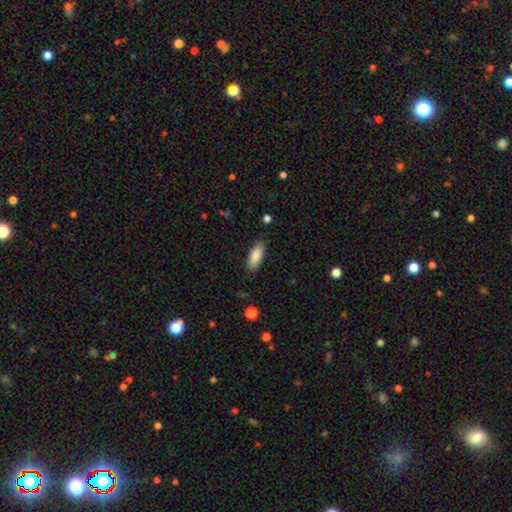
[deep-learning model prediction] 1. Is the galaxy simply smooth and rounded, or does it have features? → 86% smooth, 8% featured or disk, 6% star or artifact.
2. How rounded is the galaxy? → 73% in between, 25% cigar-shaped, 2% round.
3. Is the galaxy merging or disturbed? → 85% none, 11% minor disturbance, 2% major disturbance, 1% merger.